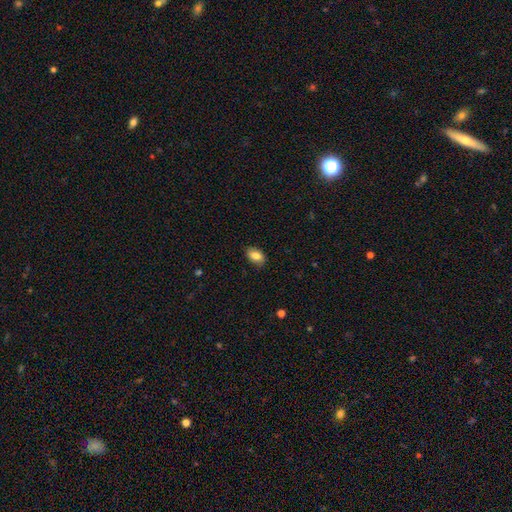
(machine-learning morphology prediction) type=smooth (85%); roundness=in between (89%); merging=none (84%).